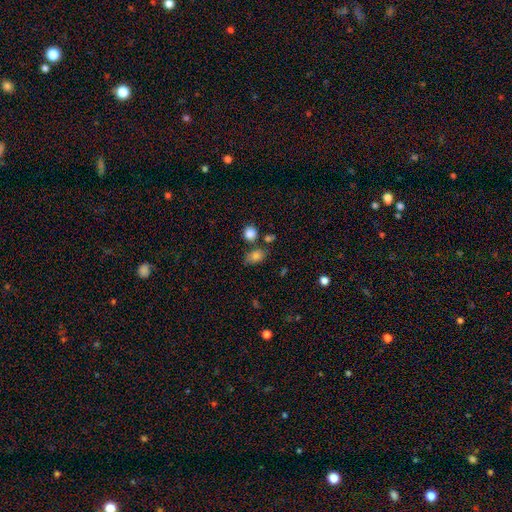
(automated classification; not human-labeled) smooth 81%, star or artifact 11%, featured or disk 8%. Down the decision tree: how rounded — in between (74%); merging — none (66%).